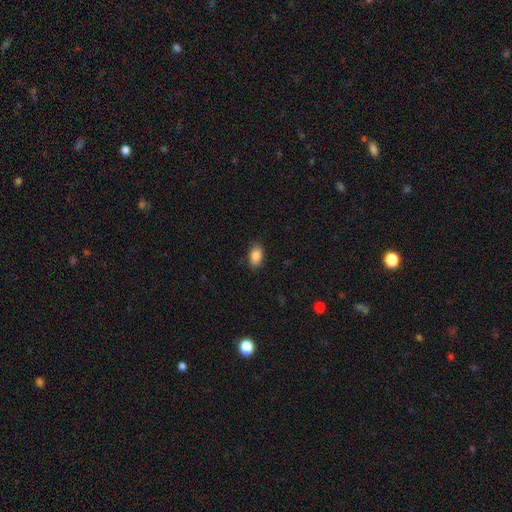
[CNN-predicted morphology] Overall: smooth (86%). How rounded: in between (88%). Merging: none (86%).